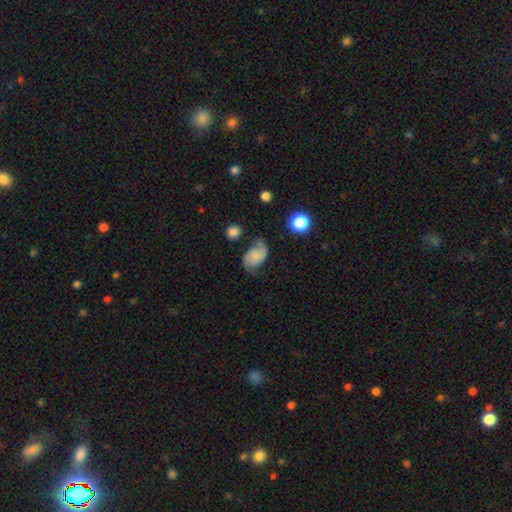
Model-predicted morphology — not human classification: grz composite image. It shows a featured or disk galaxy (46%). Merging: none (53%).